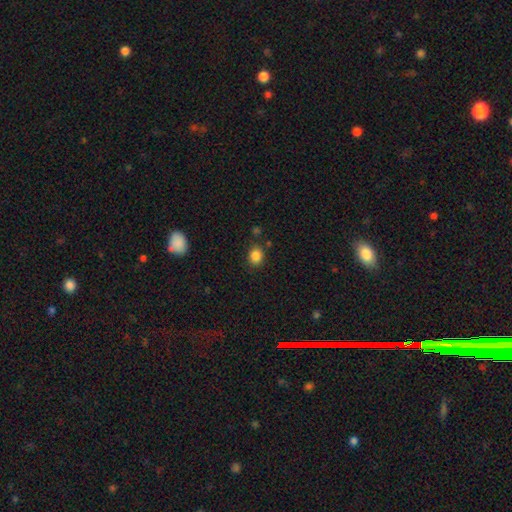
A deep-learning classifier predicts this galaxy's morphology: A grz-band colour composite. It shows a smooth galaxy with no disk features (85%) that is round (63%). Merging: none (83%).